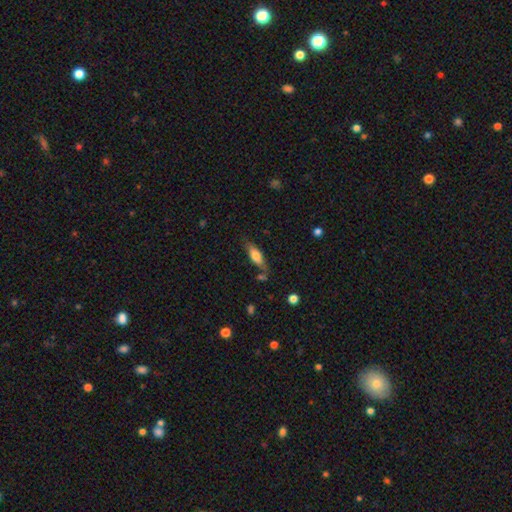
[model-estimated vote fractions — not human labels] smooth-or-featured: smooth: 61% | featured or disk: 32% | star or artifact: 7%
  how-rounded: in between: 56% | cigar-shaped: 42% | round: 3%
  merging: none: 67% | minor disturbance: 20% | merger: 7% | major disturbance: 6%